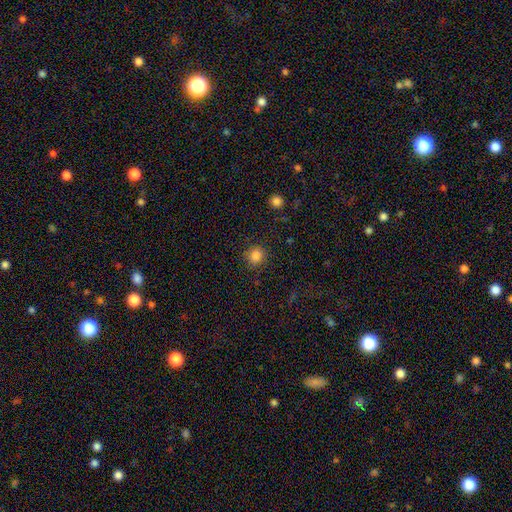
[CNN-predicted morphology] The model was most divided on "smooth or featured": smooth: 84%, star or artifact: 12%, featured or disk: 4%. More confident: how rounded — round (90%); merging — none (88%).